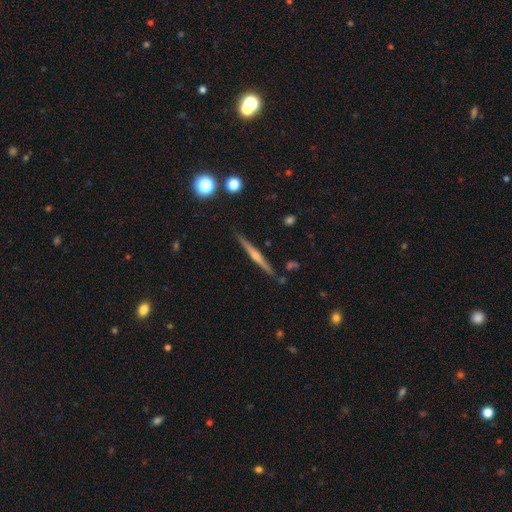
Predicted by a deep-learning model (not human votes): A featured or disk galaxy (71%) viewed edge-on (98%) with a rounded central bulge (72%).

Vote fractions:
- Smooth or featured? featured or disk: 71% / smooth: 22% / star or artifact: 7%
- Edge-on disk? yes: 98% / no: 2%
- Edge-on bulge? rounded: 72% / none: 19% / boxy: 9%
- Merging? none: 88% / minor disturbance: 8% / merger: 2% / major disturbance: 2%